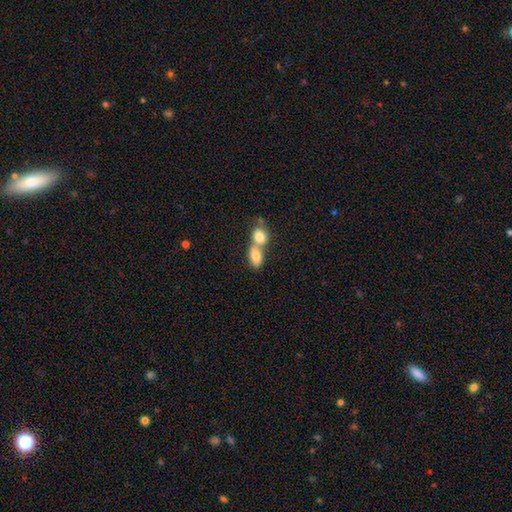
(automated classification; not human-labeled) Morphology: type=smooth (78%); roundness=in between (71%); merging=merger (73%).